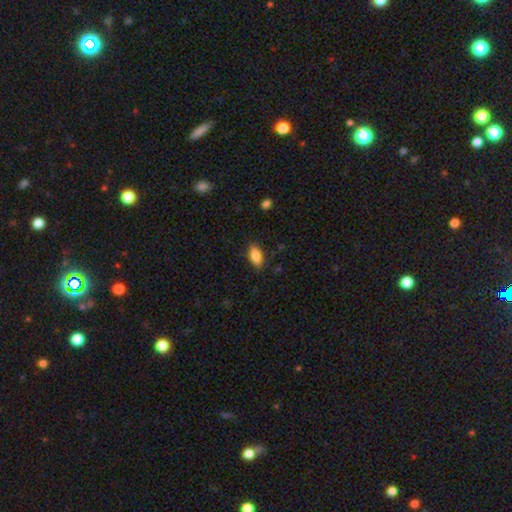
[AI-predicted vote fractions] smooth-or-featured: smooth: 86% | featured or disk: 7% | star or artifact: 7%
  how-rounded: in between: 90% | cigar-shaped: 7% | round: 3%
  merging: none: 85% | minor disturbance: 12% | major disturbance: 3% | merger: 1%